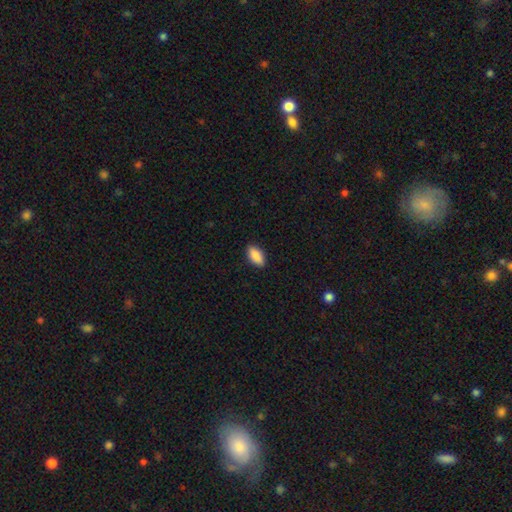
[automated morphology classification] Q: Smooth or featured?
A: smooth (89%); runner-up: star or artifact (7%)
Q: How rounded?
A: in between (92%); runner-up: cigar-shaped (5%)
Q: Merging?
A: none (89%); runner-up: minor disturbance (8%)